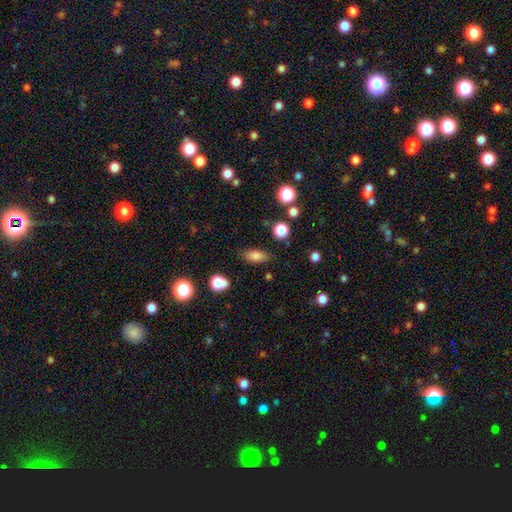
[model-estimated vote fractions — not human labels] smooth-or-featured: smooth: 80% | star or artifact: 10% | featured or disk: 10%
  how-rounded: in between: 79% | cigar-shaped: 15% | round: 7%
  merging: none: 81% | minor disturbance: 13% | major disturbance: 4% | merger: 3%